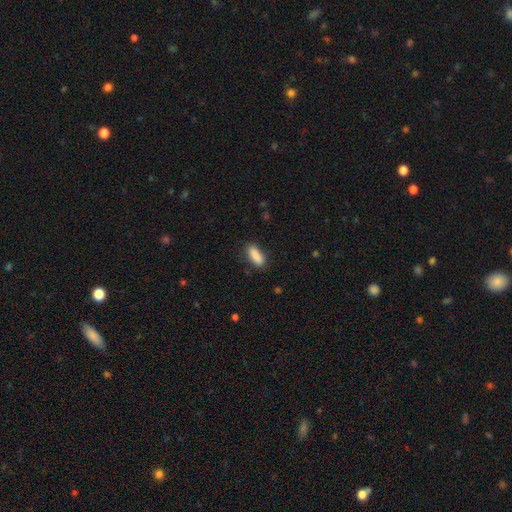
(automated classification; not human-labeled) A smooth galaxy with no disk features (88%) that is in between round and cigar-shaped (61%). Merging: none (83%).